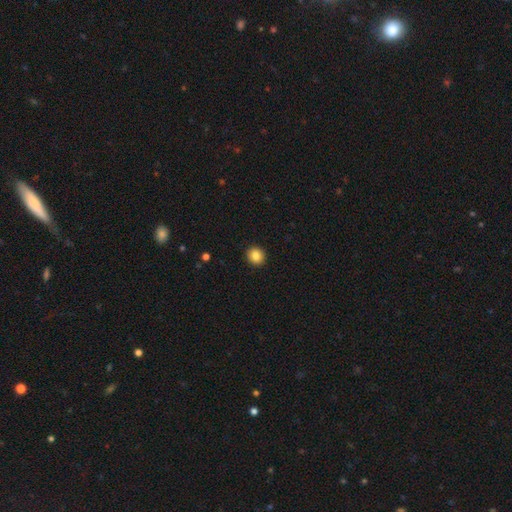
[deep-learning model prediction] Smooth or featured? smooth (85%)
How rounded? round (86%)
Merging? none (93%)